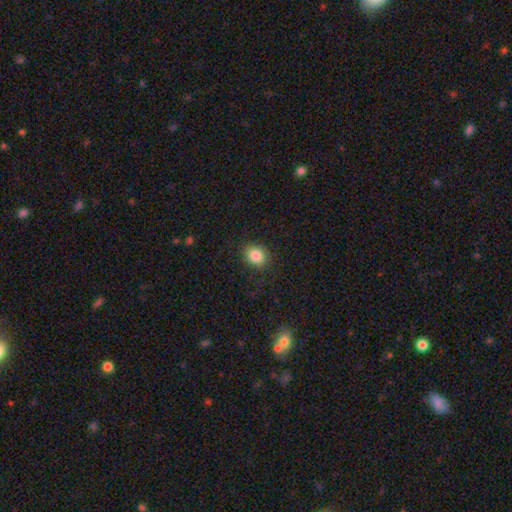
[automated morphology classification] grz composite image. It shows a smooth galaxy with no disk features (85%) that is round (58%). Merging: none (85%).